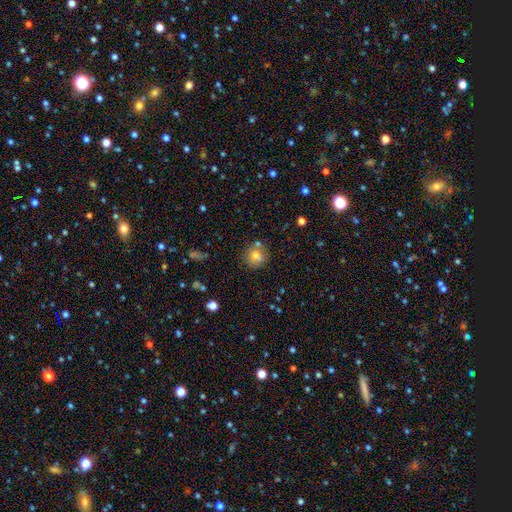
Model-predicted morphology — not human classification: type=smooth (73%); roundness=round (83%); merging=none (71%).